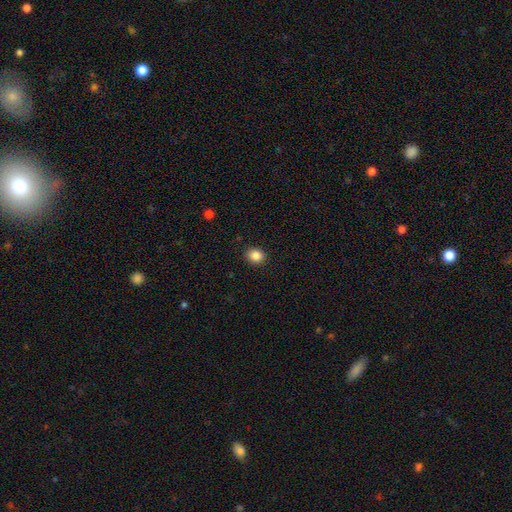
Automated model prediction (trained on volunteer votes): Overall: smooth (86%). How rounded: round (64%; in between 35%). Merging: none (90%).